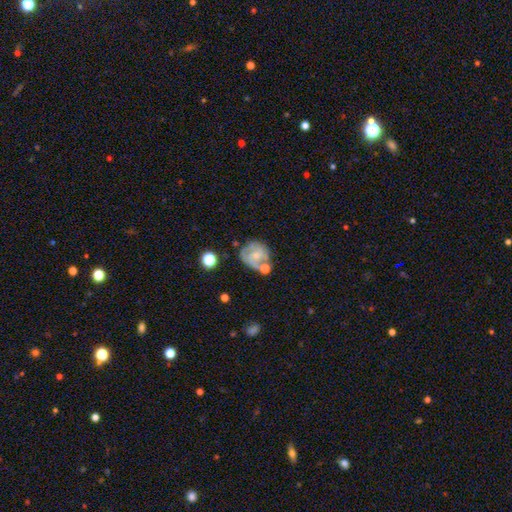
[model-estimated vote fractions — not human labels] Smooth or featured: featured or disk — 66% (smooth — 26%)
Edge-on disk: no — 98% (yes — 2%)
Bar: no — 66% (weak — 29%)
Spiral arms: yes — 81% (no — 19%)
Spiral winding: tight — 52% (medium — 36%)
Spiral arm count: 2 — 36% (can't tell — 32%)
Bulge size: small — 55% (moderate — 26%)
Merging: none — 51% (minor disturbance — 22%)